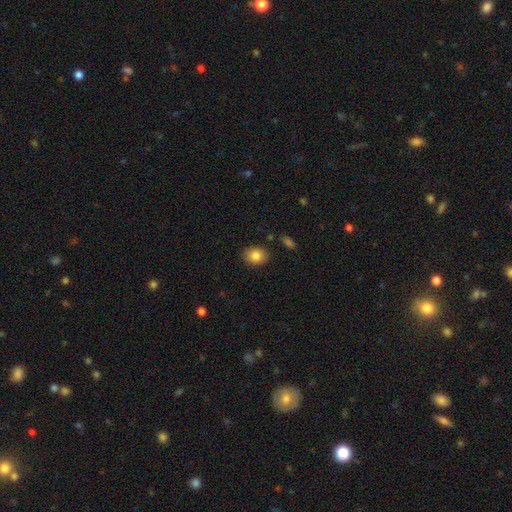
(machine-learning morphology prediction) Overall: smooth (84%). How rounded: in between (52%; round 47%). Merging: none (87%).